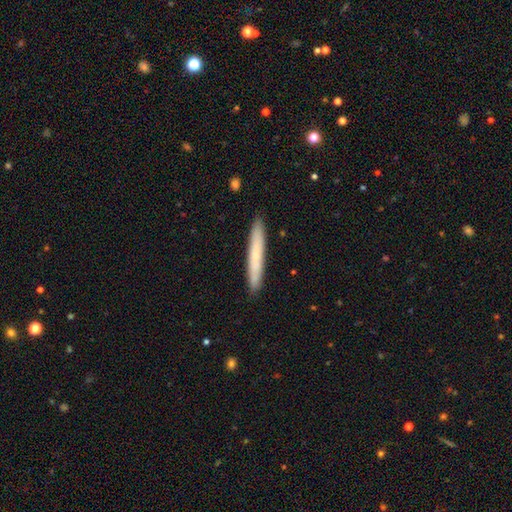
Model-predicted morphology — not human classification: The model was most divided on "smooth or featured": smooth: 69%, featured or disk: 25%, star or artifact: 6%. More confident: how rounded — cigar-shaped (96%); merging — none (91%).